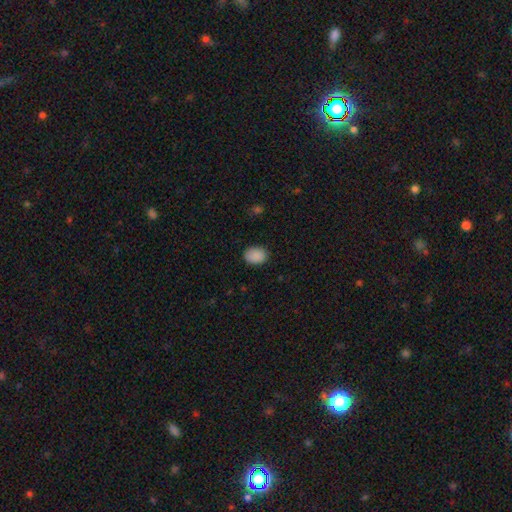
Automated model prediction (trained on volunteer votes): Smooth or featured? Predicted: smooth (p=0.89). How rounded? Predicted: in between (p=0.68). Merging? Predicted: none (p=0.84).